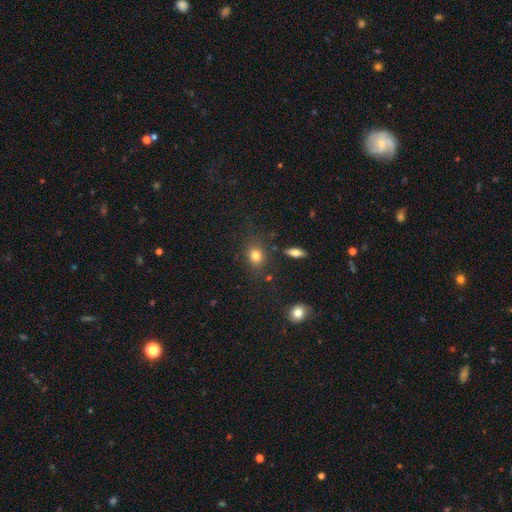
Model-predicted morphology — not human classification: Smooth or featured? smooth (80%)
How rounded? round (63%)
Merging? none (77%)